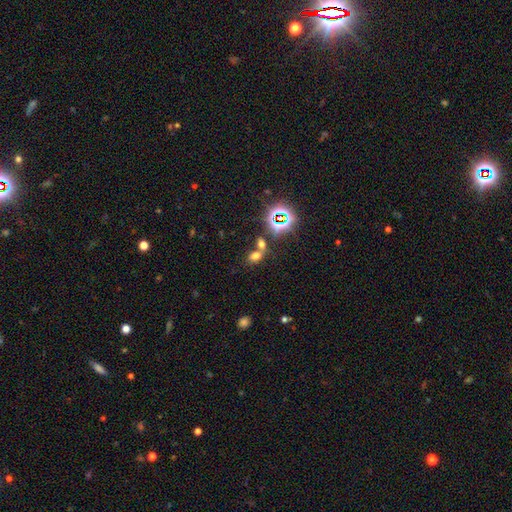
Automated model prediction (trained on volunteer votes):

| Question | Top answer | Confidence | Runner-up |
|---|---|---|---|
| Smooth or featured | smooth | 60% | star or artifact (29%) |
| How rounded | in between | 72% | round (26%) |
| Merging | none | 48% | merger (38%) |